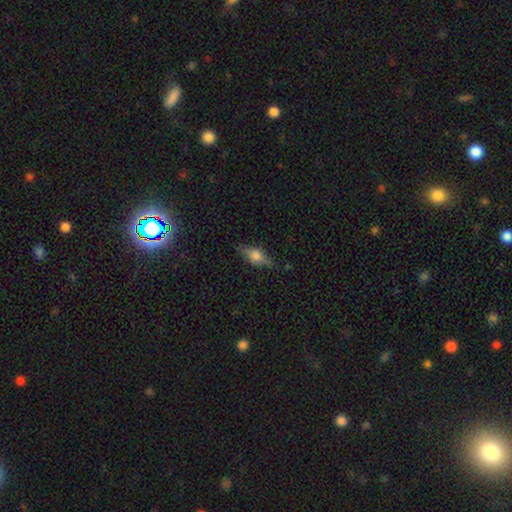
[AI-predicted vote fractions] Smooth or featured?
  - smooth: 50% *
  - featured or disk: 40%
  - star or artifact: 10%
How rounded?
  - in between: 69% *
  - cigar-shaped: 24%
  - round: 8%
Merging?
  - none: 78% *
  - minor disturbance: 17%
  - major disturbance: 4%
  - merger: 2%